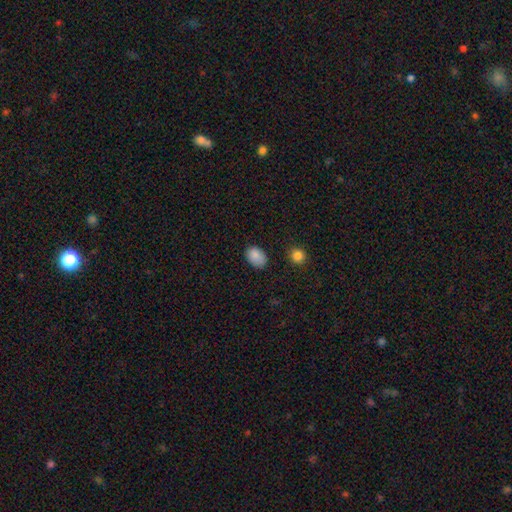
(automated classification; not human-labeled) This appears to be a smooth galaxy with no disk features (87%) that is in between round and cigar-shaped (79%). Merging: none (76%).